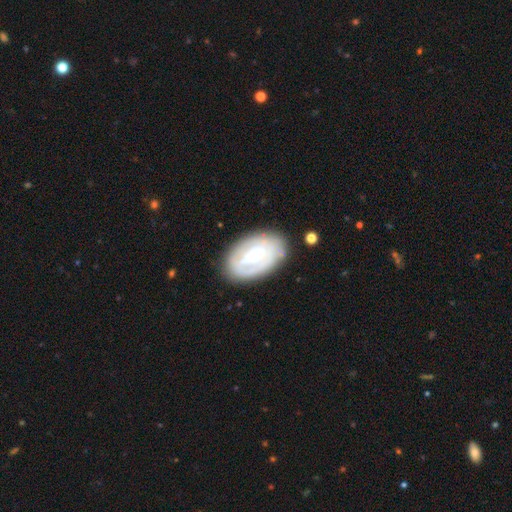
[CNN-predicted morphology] smooth_or_featured: featured or disk (p=0.72) [alt: smooth p=0.23]
disk_edge_on: no (p=0.95) [alt: yes p=0.05]
bar: no (p=0.46) [alt: weak p=0.39]
has_spiral_arms: yes (p=0.71) [alt: no p=0.29]
bulge_size: moderate (p=0.48) [tied with: small p=0.48]
merging: none (p=0.77) [alt: minor disturbance p=0.16]